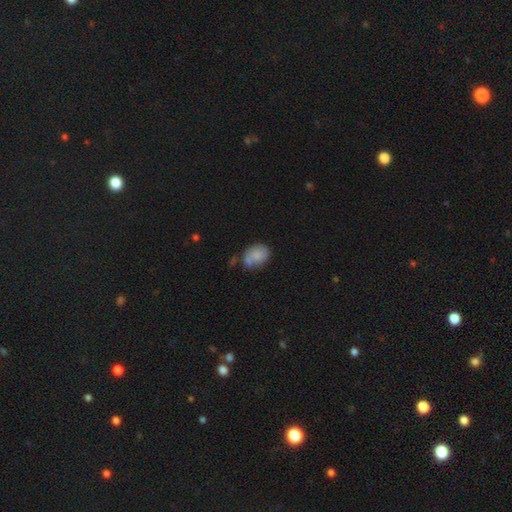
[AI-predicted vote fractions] Smooth or featured? smooth (73%)
How rounded? in between (55%)
Merging? none (44%)